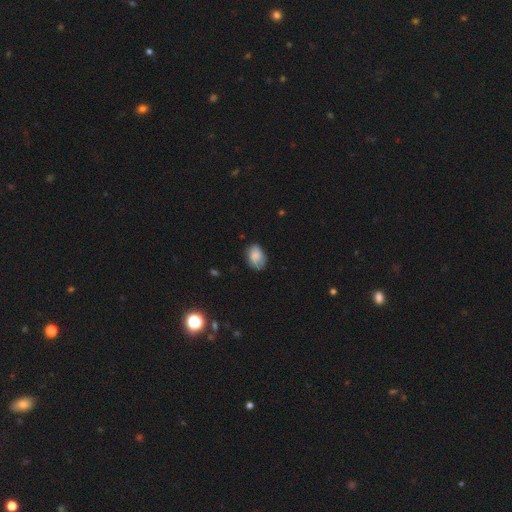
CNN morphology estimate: This is clearly a smooth galaxy (81%). How rounded: likely in between (79%). Merging: likely none (67%).